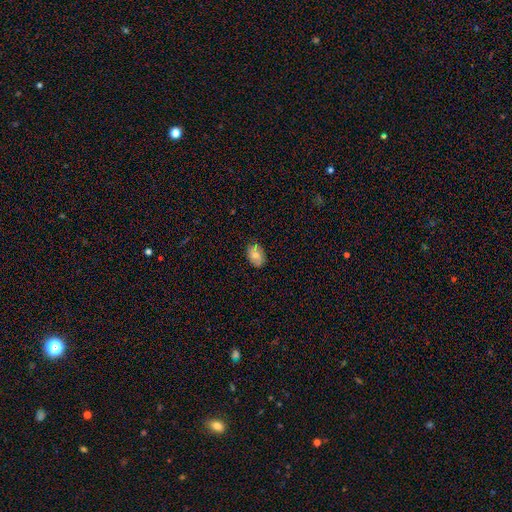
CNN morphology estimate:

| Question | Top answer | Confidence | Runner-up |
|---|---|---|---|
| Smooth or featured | smooth | 70% | featured or disk (21%) |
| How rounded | in between | 78% | round (21%) |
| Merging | none | 82% | minor disturbance (15%) |